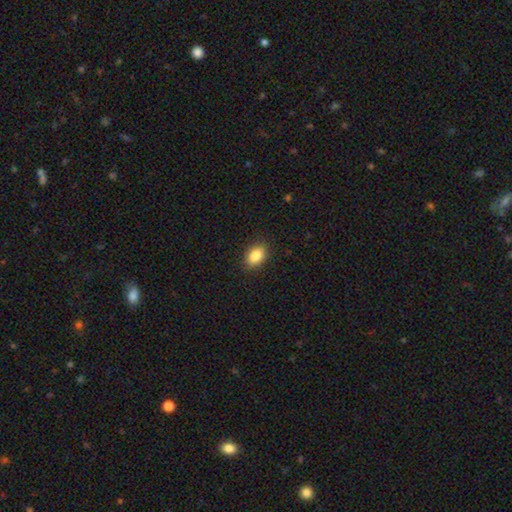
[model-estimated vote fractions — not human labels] Smooth or featured? Predicted: smooth (p=0.87). How rounded? Predicted: in between (p=0.87). Merging? Predicted: none (p=0.88).